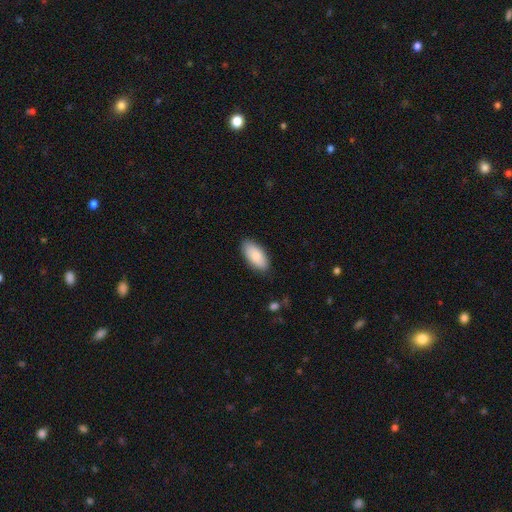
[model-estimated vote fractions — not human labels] Overall: smooth (86%). How rounded: in between (92%). Merging: none (86%).